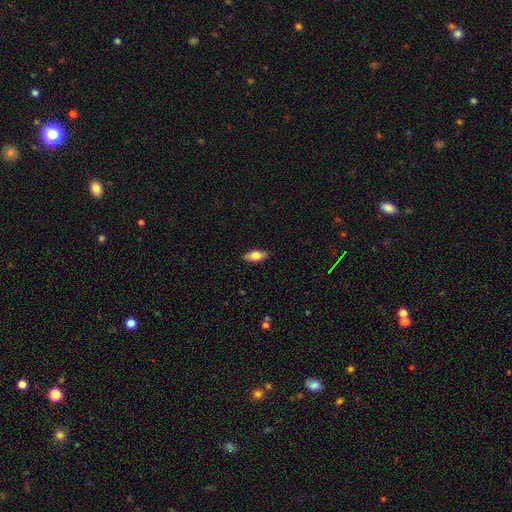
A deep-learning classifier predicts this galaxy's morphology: smooth_or_featured: smooth (p=0.70) [alt: featured or disk p=0.24]
how_rounded: in between (p=0.83) [alt: cigar-shaped p=0.13]
merging: none (p=0.88) [alt: minor disturbance p=0.09]